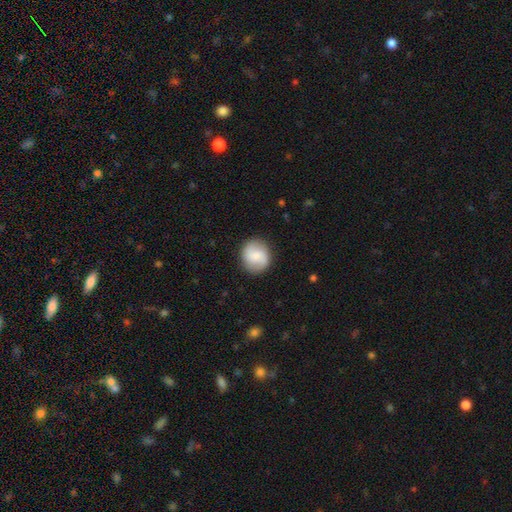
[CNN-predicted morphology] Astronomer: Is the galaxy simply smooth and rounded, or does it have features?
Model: smooth — 56% (runner-up: featured or disk, 37%).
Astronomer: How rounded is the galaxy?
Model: round — 86%.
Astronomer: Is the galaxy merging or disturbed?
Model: none — 87%.